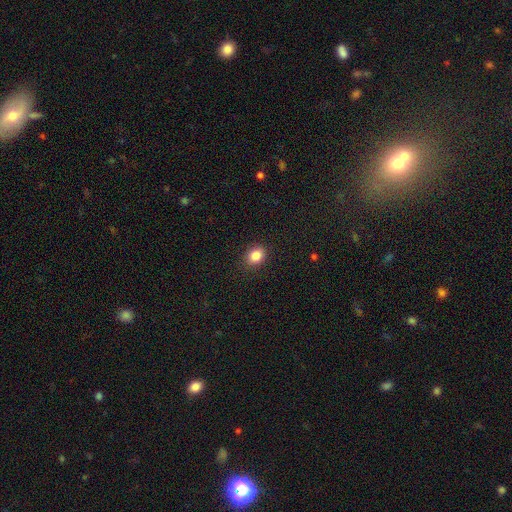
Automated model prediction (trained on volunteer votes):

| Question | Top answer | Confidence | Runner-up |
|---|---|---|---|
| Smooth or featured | smooth | 85% | star or artifact (10%) |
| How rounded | round | 50% | in between (49%) |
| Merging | none | 88% | minor disturbance (9%) |